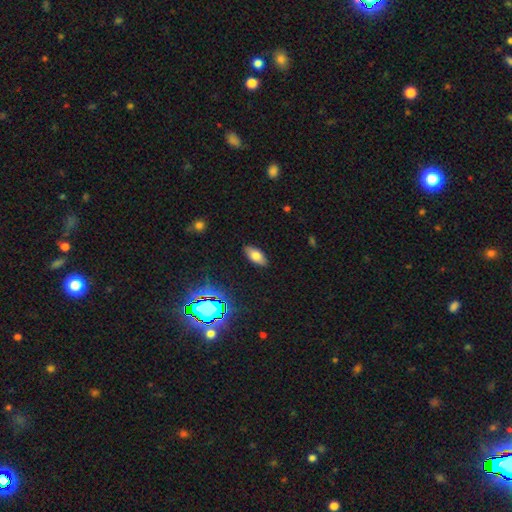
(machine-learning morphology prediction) Q: Smooth or featured?
A: smooth (72%); runner-up: featured or disk (14%)
Q: How rounded?
A: in between (89%); runner-up: cigar-shaped (7%)
Q: Merging?
A: none (88%); runner-up: minor disturbance (9%)